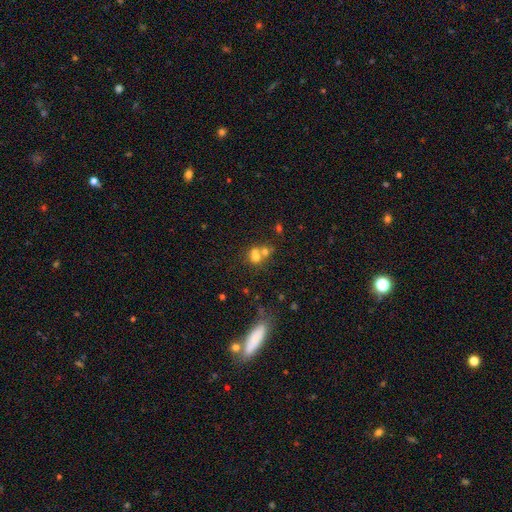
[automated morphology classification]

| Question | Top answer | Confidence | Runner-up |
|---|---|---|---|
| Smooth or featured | smooth | 60% | featured or disk (22%) |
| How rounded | round | 67% | in between (32%) |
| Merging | merger | 59% | none (29%) |